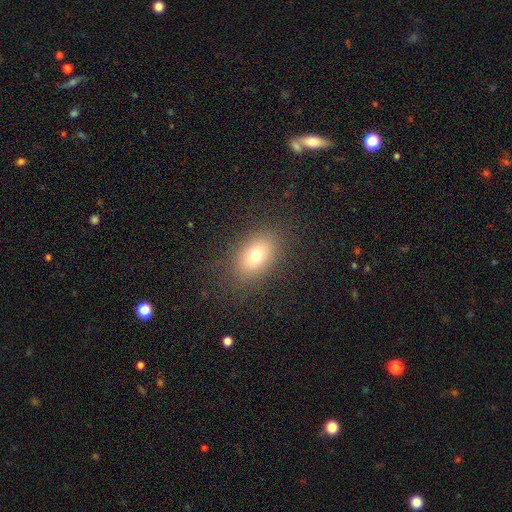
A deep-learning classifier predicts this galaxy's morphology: type=smooth (74%); roundness=in between (80%); merging=none (83%).